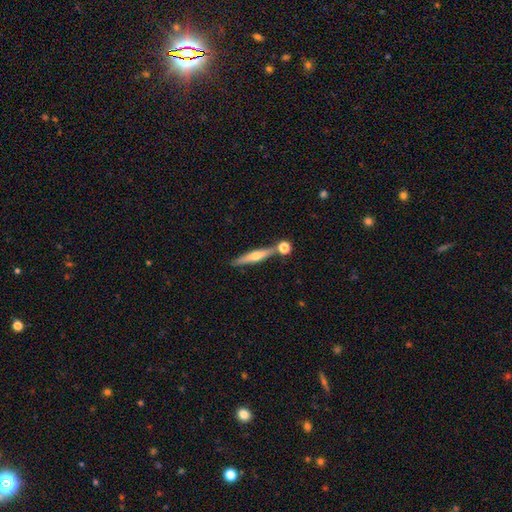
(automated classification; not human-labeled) Smooth or featured? featured or disk (56%)
Edge-on disk? yes (94%)
Edge-on bulge? rounded (86%)
Merging? none (73%)